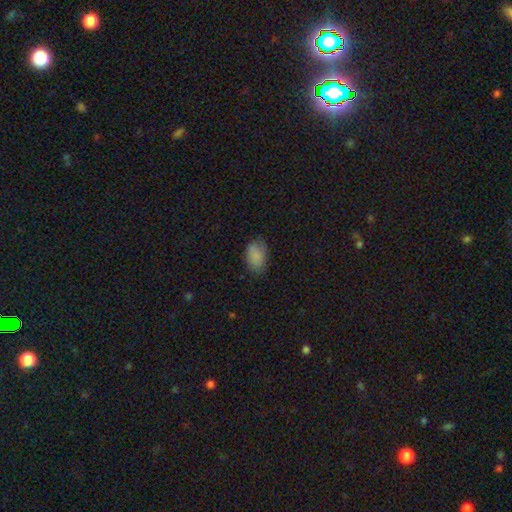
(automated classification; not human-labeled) Smooth or featured: smooth — 84% (star or artifact — 8%)
How rounded: in between — 91% (round — 8%)
Merging: none — 70% (minor disturbance — 23%)